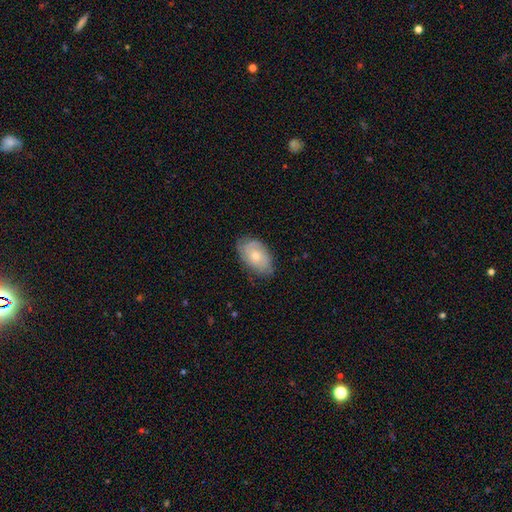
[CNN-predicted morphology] type=smooth (49%); merging=none (72%).